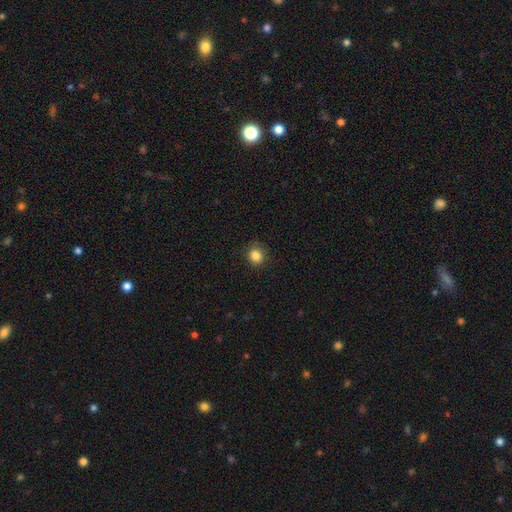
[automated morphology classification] Smooth or featured?
  - smooth: 85% *
  - star or artifact: 11%
  - featured or disk: 4%
How rounded?
  - round: 85% *
  - in between: 14%
  - cigar-shaped: 1%
Merging?
  - none: 86% *
  - minor disturbance: 11%
  - major disturbance: 3%
  - merger: 1%